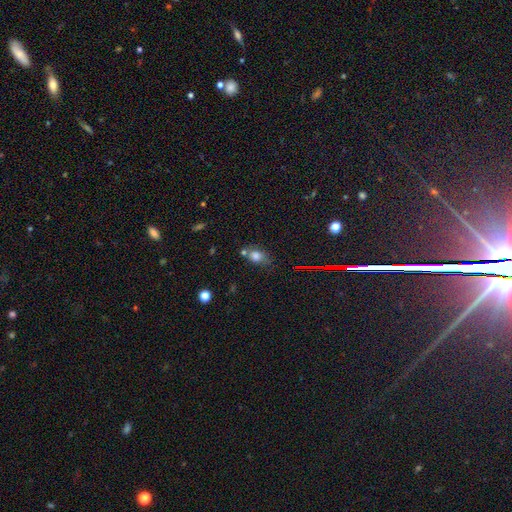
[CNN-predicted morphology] Smooth or featured? smooth (75%)
How rounded? in between (65%)
Merging? none (53%)